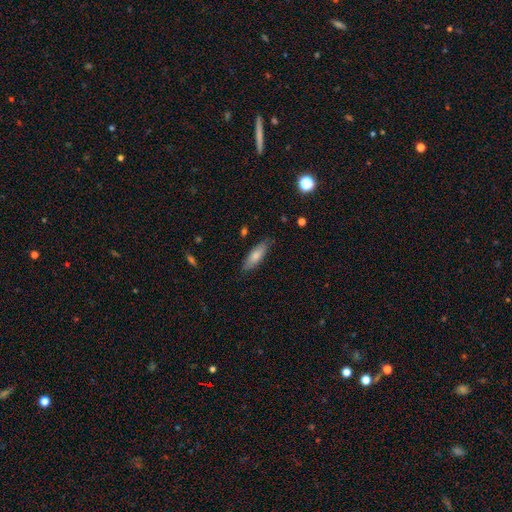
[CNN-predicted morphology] This is likely a smooth galaxy (76%). How rounded: possibly in between (52%). Merging: clearly none (81%).